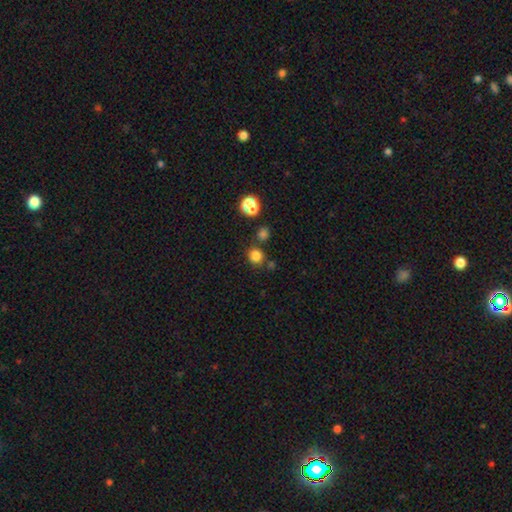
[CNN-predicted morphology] Q: Smooth or featured?
A: smooth (79%); runner-up: star or artifact (16%)
Q: How rounded?
A: round (87%); runner-up: in between (12%)
Q: Merging?
A: none (77%); runner-up: merger (11%)